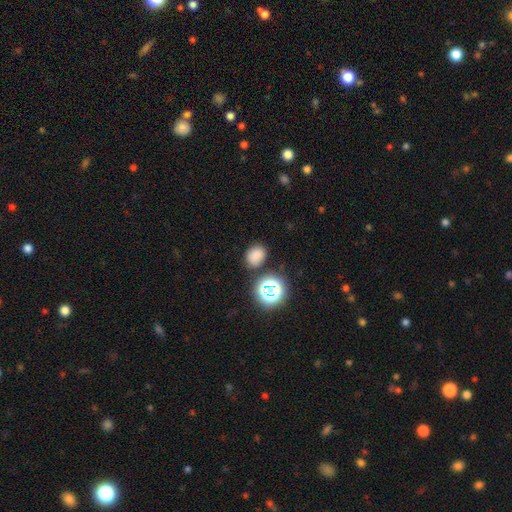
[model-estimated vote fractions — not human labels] This is likely a smooth galaxy (76%). How rounded: possibly in between (54%). Merging: likely none (77%).